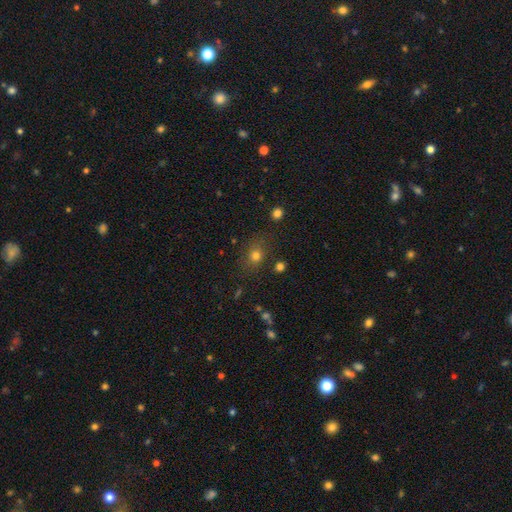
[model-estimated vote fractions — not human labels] A smooth galaxy with no disk features (76%) that is round (57%).

Vote fractions:
- Smooth or featured? smooth: 76% / star or artifact: 15% / featured or disk: 8%
- How rounded? round: 57% / in between: 41% / cigar-shaped: 1%
- Merging? none: 76% / minor disturbance: 15% / major disturbance: 6% / merger: 4%